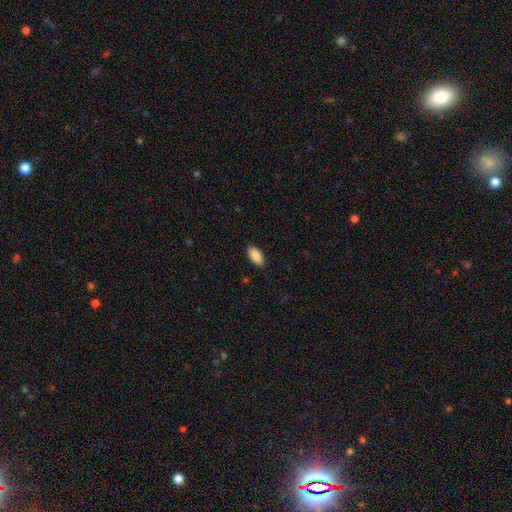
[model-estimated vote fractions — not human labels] This is clearly a smooth galaxy (89%). How rounded: clearly in between (92%). Merging: clearly none (90%).